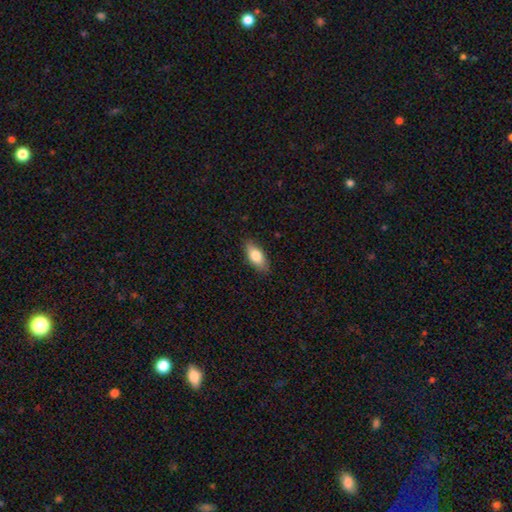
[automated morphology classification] Smooth or featured? Predicted: smooth (p=0.78). How rounded? Predicted: in between (p=0.84). Merging? Predicted: none (p=0.86).